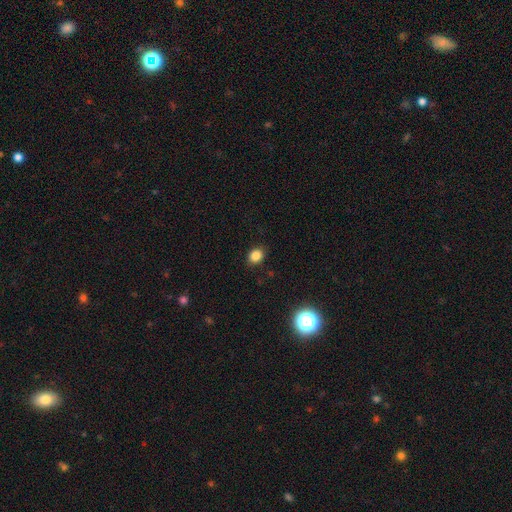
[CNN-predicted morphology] smooth 84%, star or artifact 12%, featured or disk 4%. Down the decision tree: how rounded — round (54%); merging — none (88%).